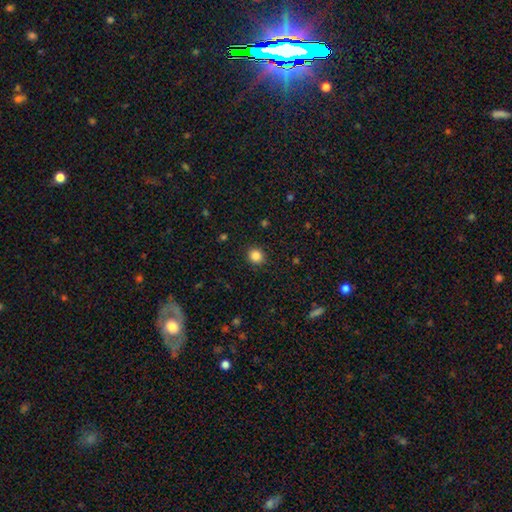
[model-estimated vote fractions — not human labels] A smooth galaxy with no disk features (86%) that is round (88%). Merging: none (91%).